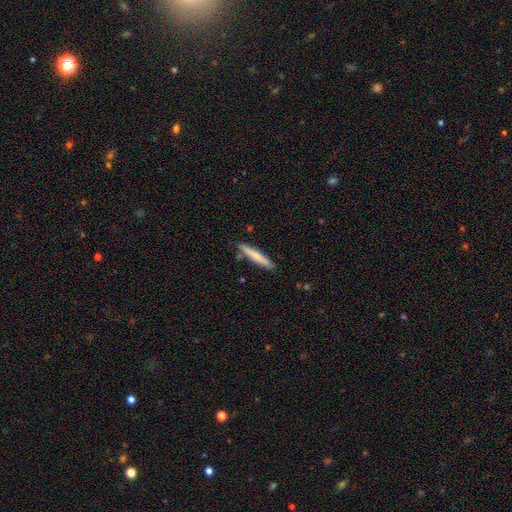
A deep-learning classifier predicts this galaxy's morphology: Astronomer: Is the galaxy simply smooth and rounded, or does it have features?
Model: smooth — 71%.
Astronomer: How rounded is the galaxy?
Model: cigar-shaped — 94%.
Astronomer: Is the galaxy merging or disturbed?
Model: none — 85%.